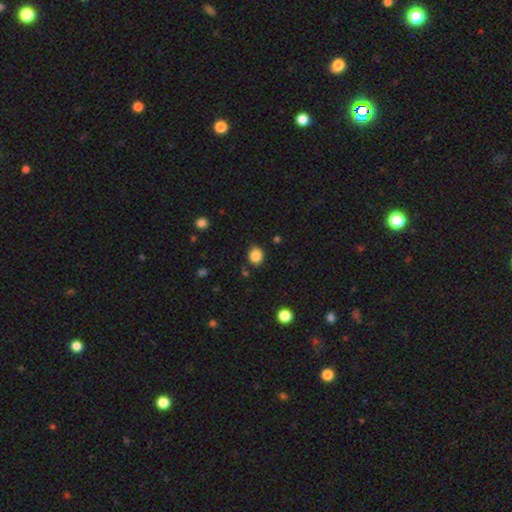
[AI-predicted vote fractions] smooth-or-featured: smooth: 86% | star or artifact: 10% | featured or disk: 4%
  how-rounded: round: 67% | in between: 32% | cigar-shaped: 1%
  merging: none: 85% | minor disturbance: 10% | major disturbance: 2% | merger: 2%